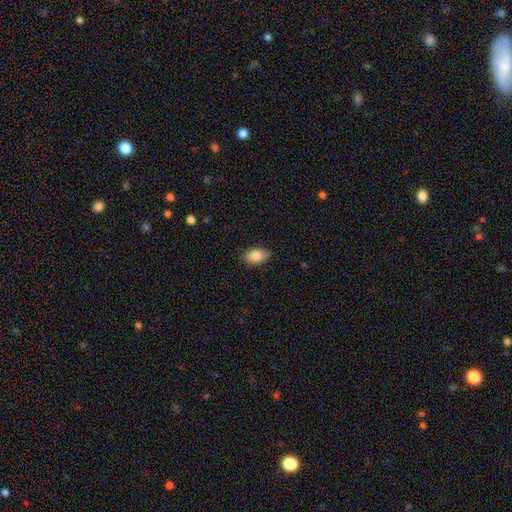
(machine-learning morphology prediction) Smooth or featured: smooth — 86% (star or artifact — 7%)
How rounded: in between — 91% (round — 8%)
Merging: none — 85% (minor disturbance — 12%)